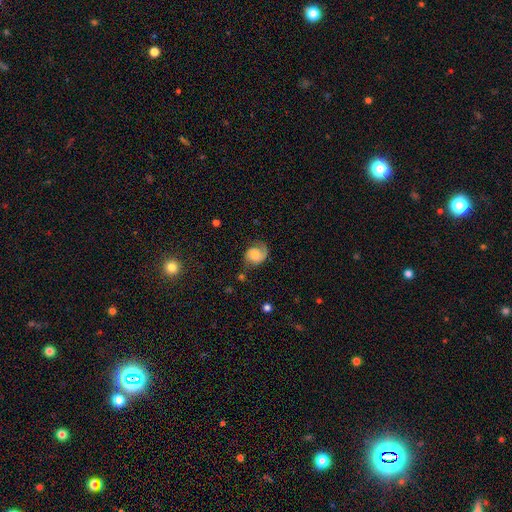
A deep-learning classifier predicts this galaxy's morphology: Smooth or featured? featured or disk (56%)
Edge-on disk? no (98%)
Bar? no (65%)
Spiral arms? yes (92%)
Spiral winding? medium (40%)
Spiral arm count? 2 (49%)
Bulge size? none (44%)
Merging? none (54%)